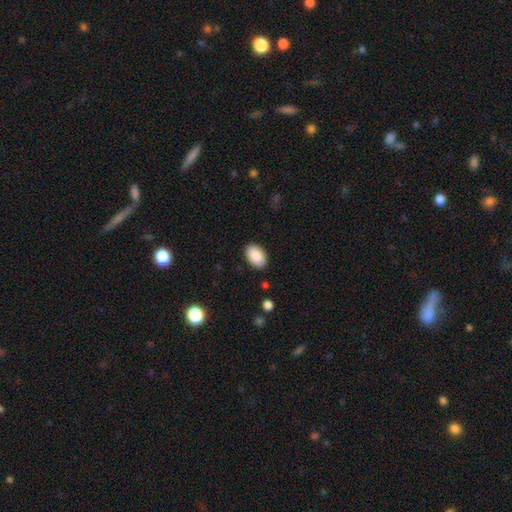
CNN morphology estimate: Smooth or featured? Predicted: smooth (p=0.89). How rounded? Predicted: in between (p=0.92). Merging? Predicted: none (p=0.88).